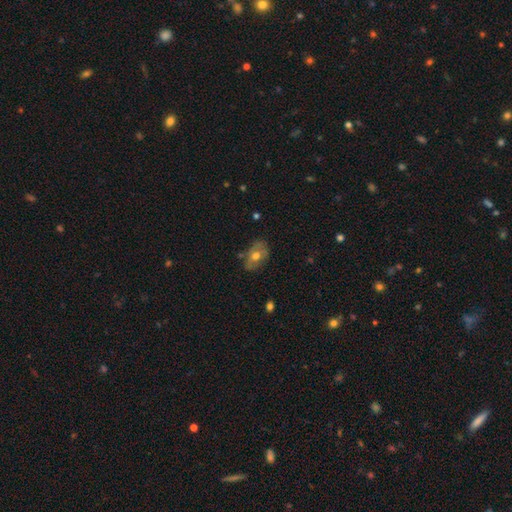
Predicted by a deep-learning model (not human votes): This is possibly a smooth galaxy (50%). Merging: likely none (68%).